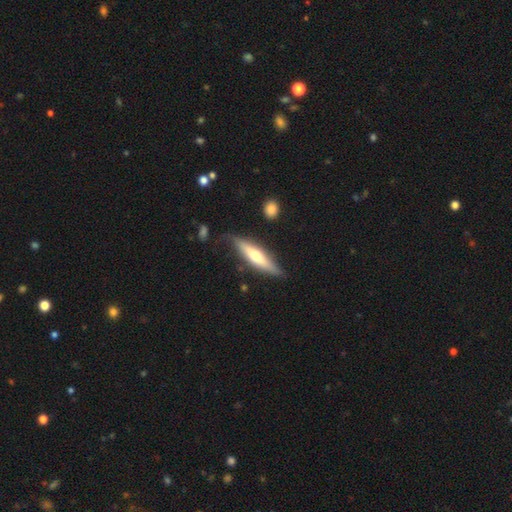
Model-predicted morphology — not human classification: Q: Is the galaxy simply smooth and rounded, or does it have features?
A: featured or disk — 51%.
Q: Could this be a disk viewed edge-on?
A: yes — 87%.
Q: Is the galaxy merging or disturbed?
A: none — 71%.